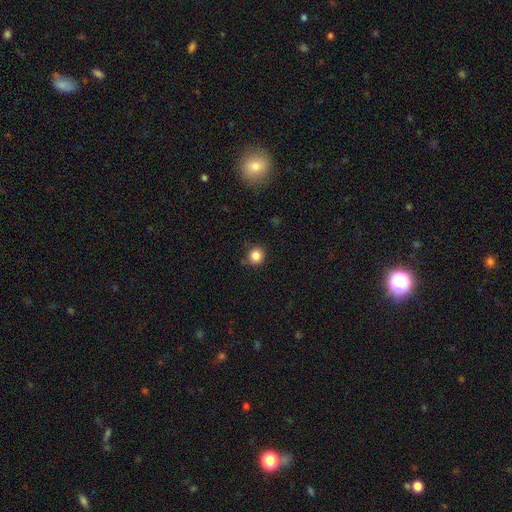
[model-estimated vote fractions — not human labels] This appears to be a smooth galaxy with no disk features (85%) that is round (91%). Merging: none (84%).